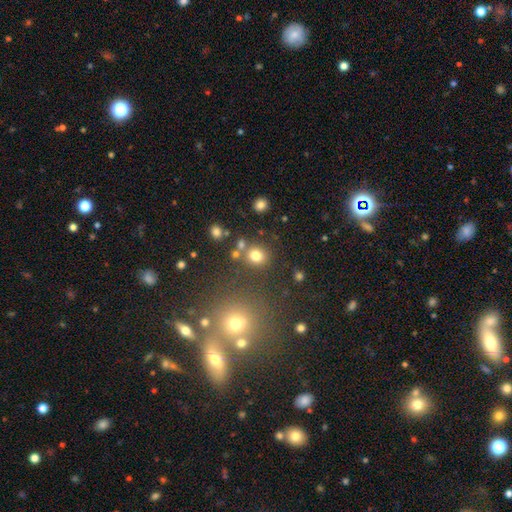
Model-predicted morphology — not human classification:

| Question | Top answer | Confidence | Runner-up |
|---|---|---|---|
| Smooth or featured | smooth | 78% | star or artifact (15%) |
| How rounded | round | 79% | in between (20%) |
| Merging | none | 75% | merger (11%) |